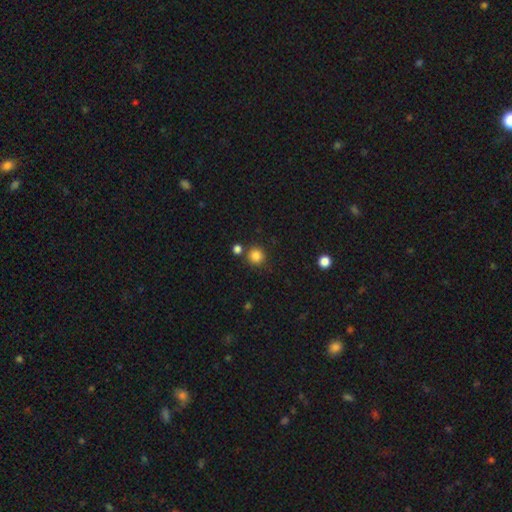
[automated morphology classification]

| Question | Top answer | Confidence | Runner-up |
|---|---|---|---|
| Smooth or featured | smooth | 84% | star or artifact (12%) |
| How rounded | round | 93% | in between (6%) |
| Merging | none | 81% | merger (9%) |